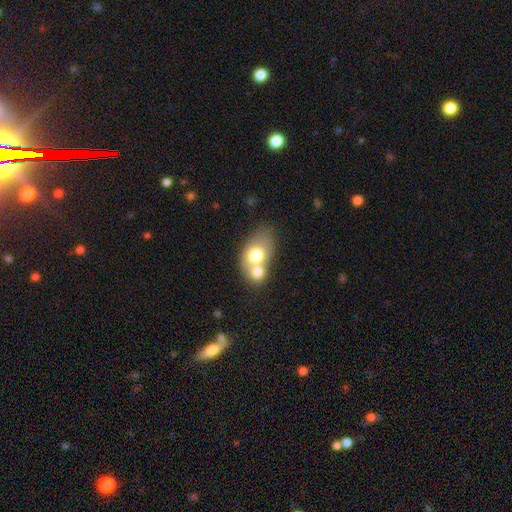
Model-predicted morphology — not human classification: This is likely a smooth galaxy (69%). How rounded: likely in between (70%). Merging: likely merger (65%).